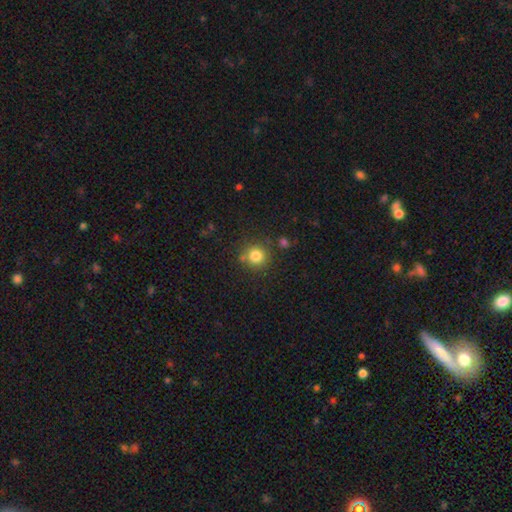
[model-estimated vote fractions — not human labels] Smooth or featured? Predicted: smooth (p=0.81). How rounded? Predicted: round (p=0.93). Merging? Predicted: none (p=0.80).